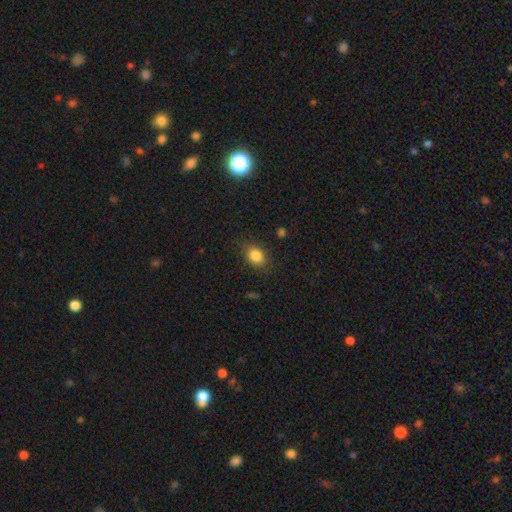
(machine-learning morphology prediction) This appears to be a smooth galaxy with no disk features (84%) that is in between round and cigar-shaped (58%). Merging: none (81%).